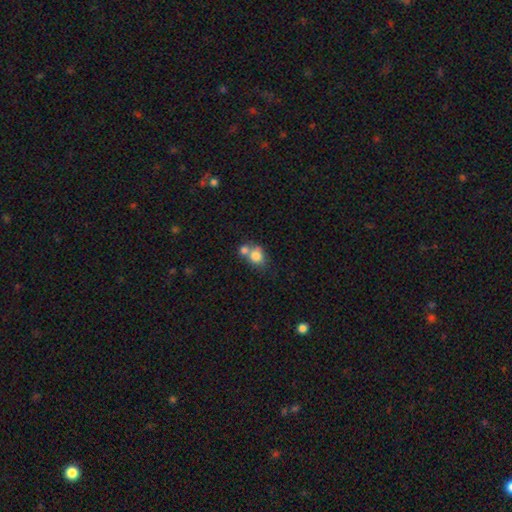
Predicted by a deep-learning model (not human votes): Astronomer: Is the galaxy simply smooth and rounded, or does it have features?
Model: smooth — 78%.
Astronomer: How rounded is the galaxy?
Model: round — 63%.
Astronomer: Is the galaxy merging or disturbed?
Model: merger — 53% (runner-up: none, 33%).